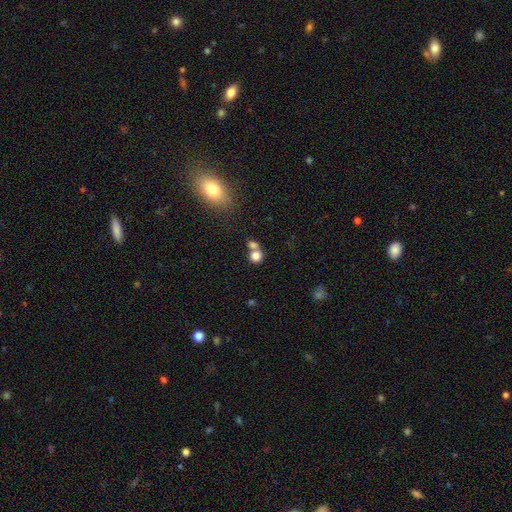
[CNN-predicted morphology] The model was most divided on "merging": merger: 49%, none: 40%, minor disturbance: 7%, major disturbance: 4%. More confident: smooth or featured — smooth (80%); how rounded — round (78%).